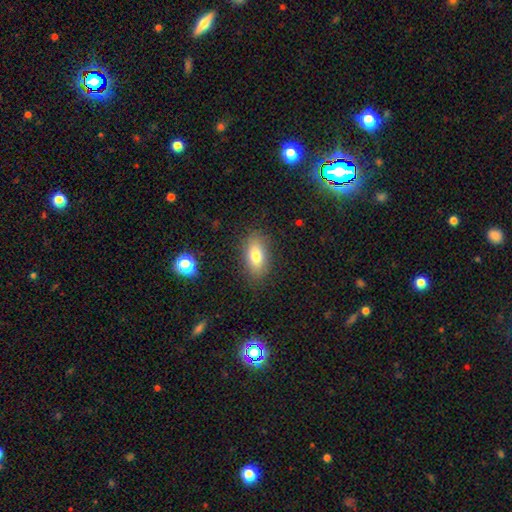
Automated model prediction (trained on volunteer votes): This appears to be a smooth galaxy with no disk features (76%) that is in between round and cigar-shaped (86%). Merging: none (85%).